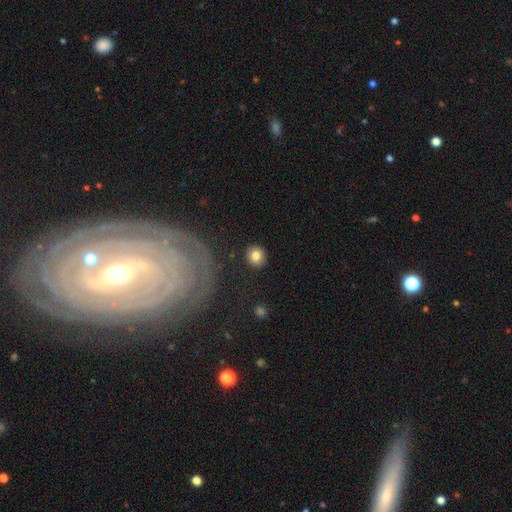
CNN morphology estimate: Smooth or featured: smooth — 81% (featured or disk — 10%)
How rounded: round — 83% (in between — 16%)
Merging: none — 89% (minor disturbance — 7%)